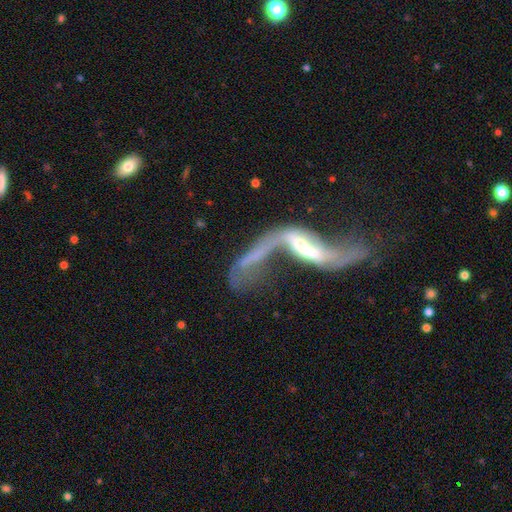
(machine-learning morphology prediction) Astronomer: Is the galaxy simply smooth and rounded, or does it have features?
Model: featured or disk — 77%.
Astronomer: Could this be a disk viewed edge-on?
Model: no — 82%.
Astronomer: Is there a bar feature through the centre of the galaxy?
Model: strong — 35% (runner-up: no, 33%).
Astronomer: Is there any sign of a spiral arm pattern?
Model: yes — 74%.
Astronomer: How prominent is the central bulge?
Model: small — 40% (runner-up: moderate, 33%).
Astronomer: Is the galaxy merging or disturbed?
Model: merger — 47% (runner-up: major disturbance, 26%).